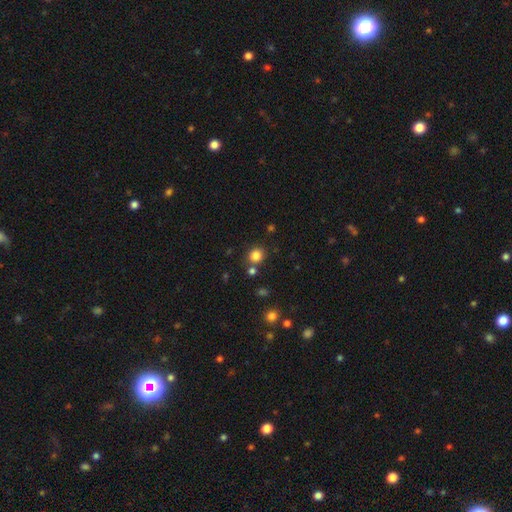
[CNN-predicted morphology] A smooth galaxy with no disk features (82%) that is round (86%). Merging: none (79%).